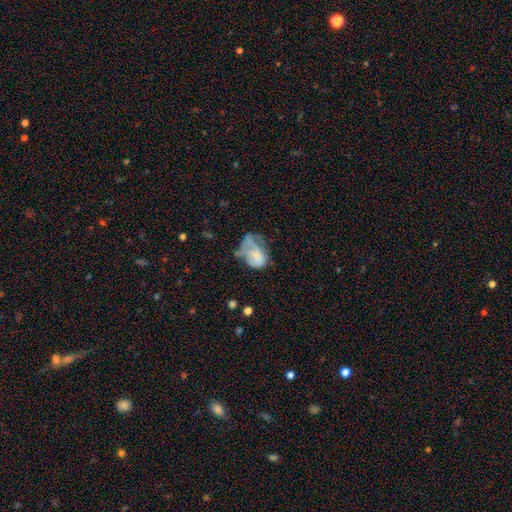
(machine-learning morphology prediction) This appears to be a smooth galaxy with no disk features (53%) that is in between round and cigar-shaped (79%). Merging: major disturbance (44%).